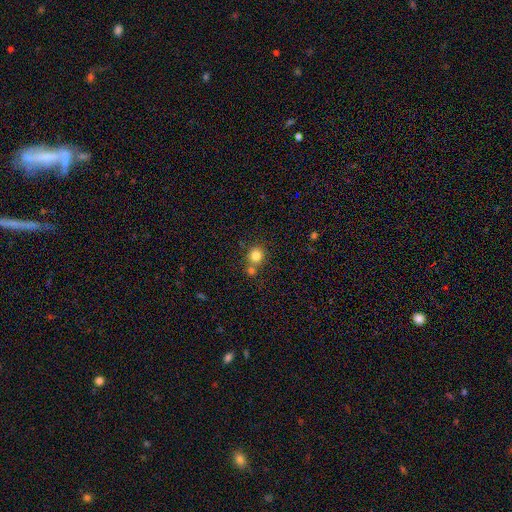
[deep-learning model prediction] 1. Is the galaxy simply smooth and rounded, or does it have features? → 82% smooth, 11% star or artifact, 7% featured or disk.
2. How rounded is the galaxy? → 87% round, 12% in between, 1% cigar-shaped.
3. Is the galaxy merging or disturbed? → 62% none, 27% merger, 9% minor disturbance, 3% major disturbance.